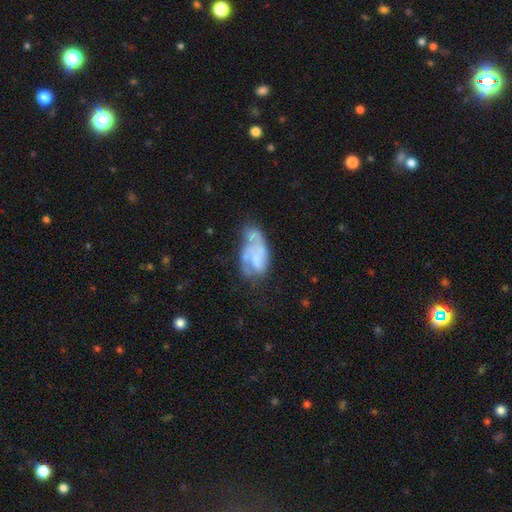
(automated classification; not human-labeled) smooth_or_featured: featured or disk (p=0.56) [alt: smooth p=0.35]
disk_edge_on: no (p=0.97) [alt: yes p=0.03]
bar: no (p=0.77) [alt: weak p=0.19]
has_spiral_arms: no (p=0.50) [tied with: yes p=0.50]
bulge_size: none (p=0.58) [alt: small p=0.22]
merging: major disturbance (p=0.32) [alt: none p=0.30]